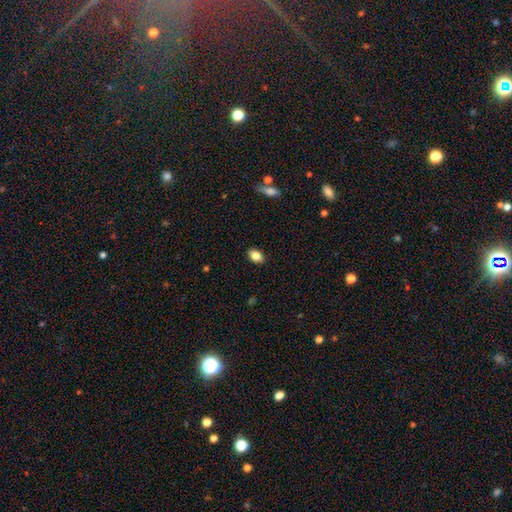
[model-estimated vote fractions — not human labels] Q: Smooth or featured?
A: smooth (85%); runner-up: star or artifact (9%)
Q: How rounded?
A: in between (82%); runner-up: round (17%)
Q: Merging?
A: none (89%); runner-up: minor disturbance (8%)